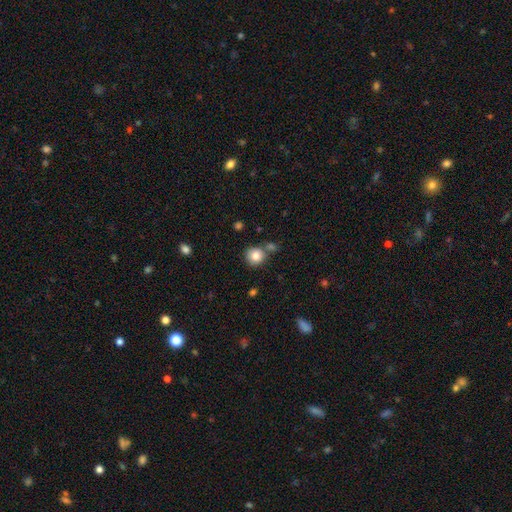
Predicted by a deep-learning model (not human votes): Smooth or featured? smooth (83%)
How rounded? round (90%)
Merging? none (69%)